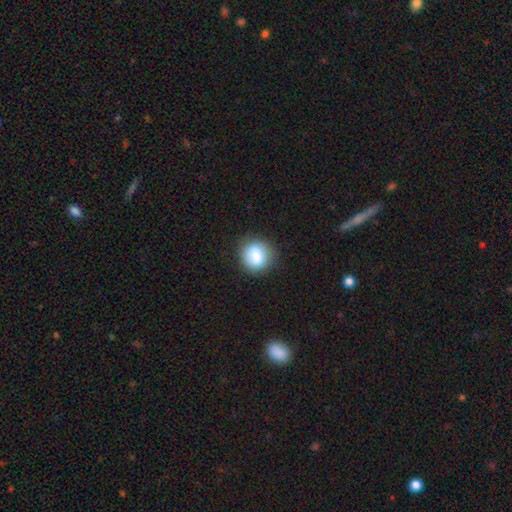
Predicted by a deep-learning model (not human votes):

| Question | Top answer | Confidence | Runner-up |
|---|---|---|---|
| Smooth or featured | smooth | 82% | featured or disk (9%) |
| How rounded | round | 78% | in between (21%) |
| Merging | none | 80% | minor disturbance (14%) |